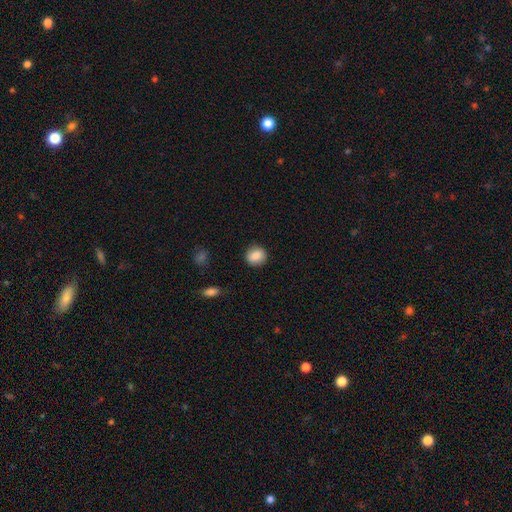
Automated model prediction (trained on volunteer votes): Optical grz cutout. It shows a smooth galaxy with no disk features (85%) that is round (84%). Merging: none (88%).